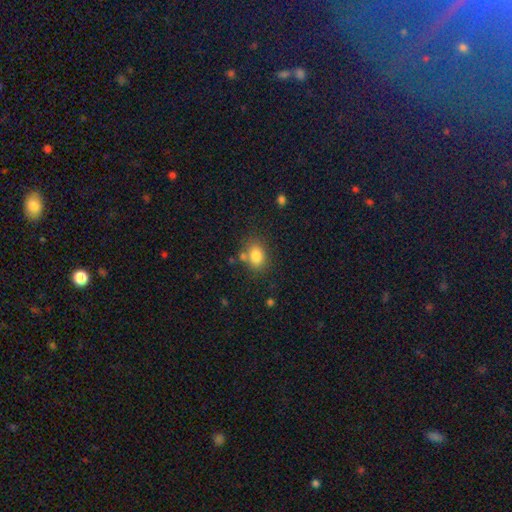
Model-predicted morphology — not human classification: A smooth galaxy with no disk features (83%) that is in between round and cigar-shaped (67%). Merging: none (67%).